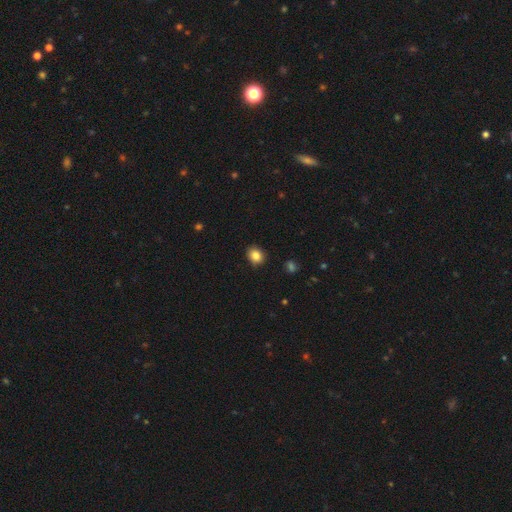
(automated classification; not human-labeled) smooth 85%, star or artifact 10%, featured or disk 5%. Down the decision tree: how rounded — round (59%); merging — none (88%).